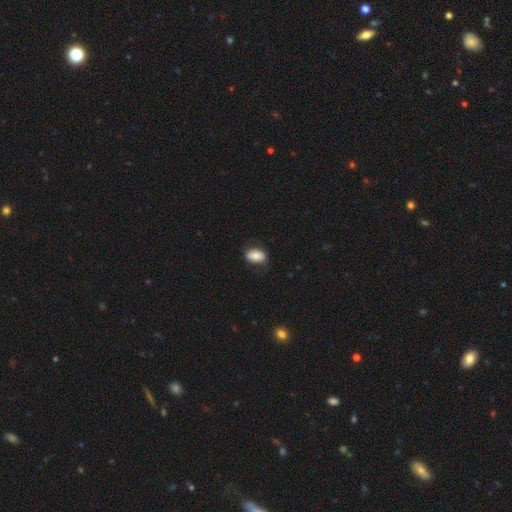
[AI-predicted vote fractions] This appears to be a smooth galaxy with no disk features (73%) that is in between round and cigar-shaped (86%). Merging: none (75%).